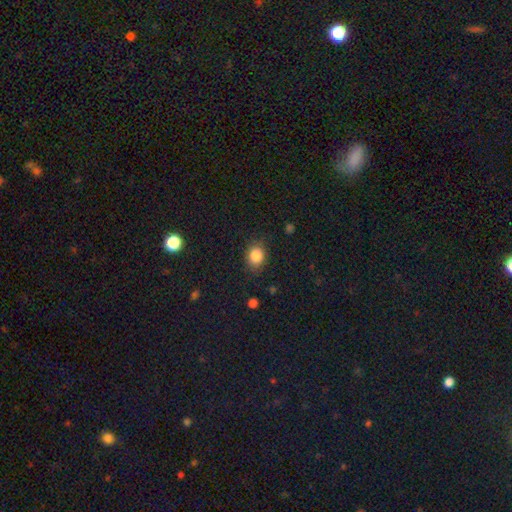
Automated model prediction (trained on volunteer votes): smooth_or_featured: smooth (p=0.86) [alt: star or artifact p=0.10]
how_rounded: round (p=0.59) [alt: in between p=0.40]
merging: none (p=0.81) [alt: minor disturbance p=0.13]